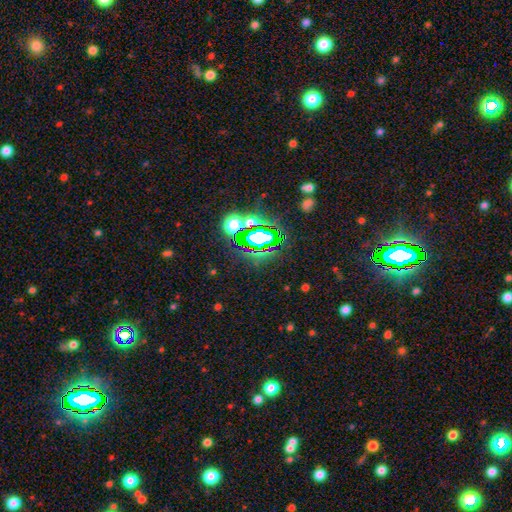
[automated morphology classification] Q: Smooth or featured?
A: star or artifact (75%); runner-up: smooth (16%)